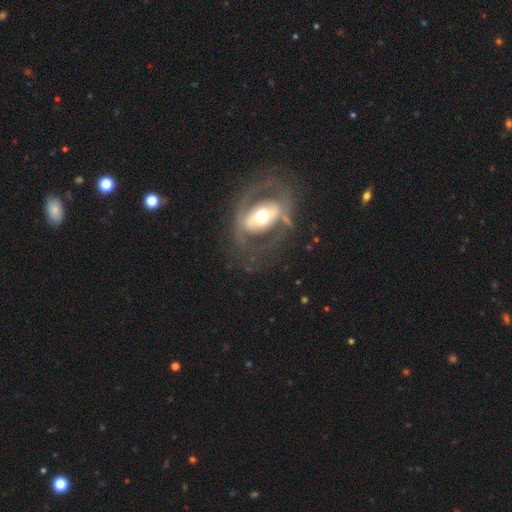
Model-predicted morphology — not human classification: A featured or disk galaxy (79%) with a strong bar (52%), spiral arms (58%) and a moderate central bulge (64%). Merging: none (73%).